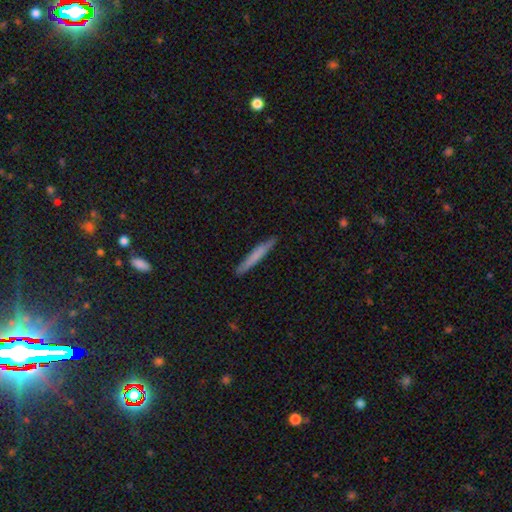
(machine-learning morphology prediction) type=smooth (71%); roundness=cigar-shaped (96%); merging=none (90%).